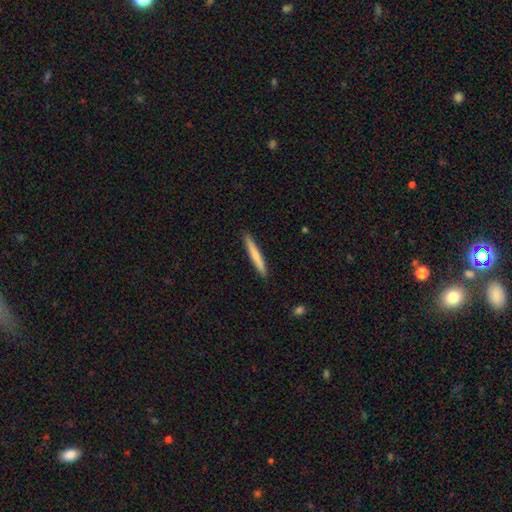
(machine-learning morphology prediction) This is likely a smooth galaxy (68%). How rounded: clearly cigar-shaped (96%). Merging: clearly none (91%).